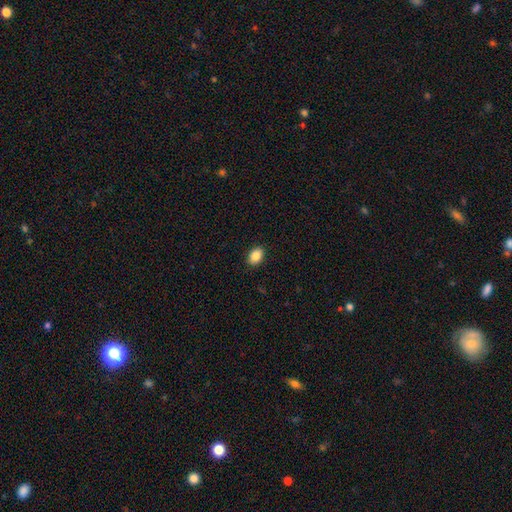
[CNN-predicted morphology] Smooth or featured?
  - smooth: 87% *
  - star or artifact: 8%
  - featured or disk: 5%
How rounded?
  - in between: 81% *
  - round: 18%
  - cigar-shaped: 1%
Merging?
  - none: 90% *
  - minor disturbance: 7%
  - major disturbance: 2%
  - merger: 1%